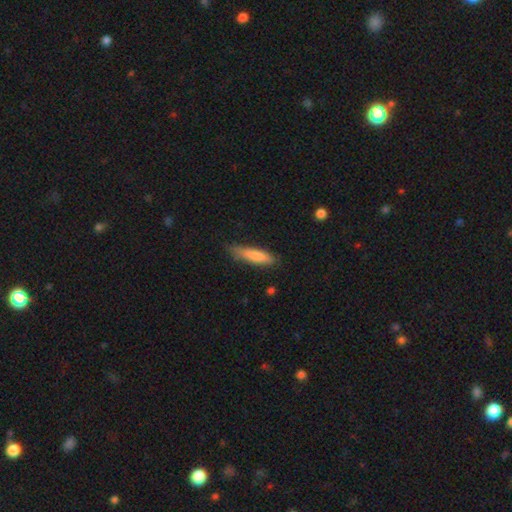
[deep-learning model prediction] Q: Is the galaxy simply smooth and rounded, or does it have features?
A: smooth — 80%.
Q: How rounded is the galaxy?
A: cigar-shaped — 72%.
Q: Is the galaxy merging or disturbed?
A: none — 64%.